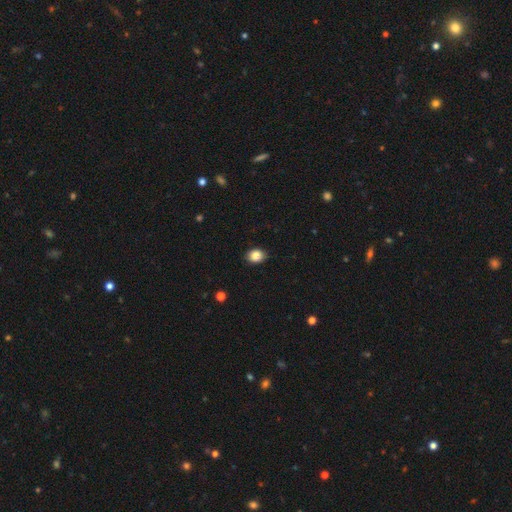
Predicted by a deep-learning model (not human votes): Smooth or featured?
  - smooth: 87% *
  - star or artifact: 9%
  - featured or disk: 5%
How rounded?
  - in between: 59% *
  - round: 40%
  - cigar-shaped: 1%
Merging?
  - none: 89% *
  - minor disturbance: 8%
  - major disturbance: 2%
  - merger: 1%